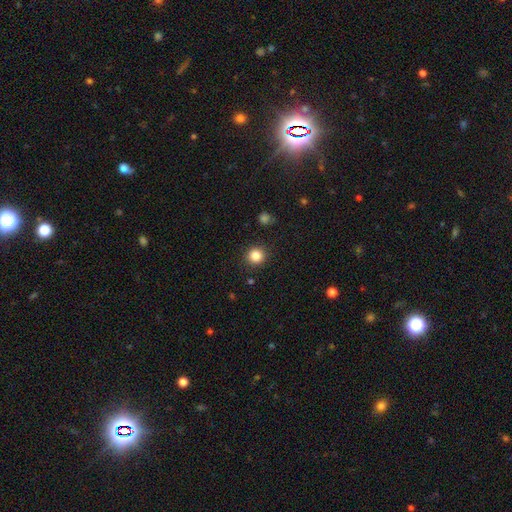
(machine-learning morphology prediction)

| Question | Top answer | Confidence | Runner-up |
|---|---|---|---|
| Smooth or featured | smooth | 85% | star or artifact (11%) |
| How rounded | round | 93% | in between (6%) |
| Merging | none | 91% | minor disturbance (6%) |